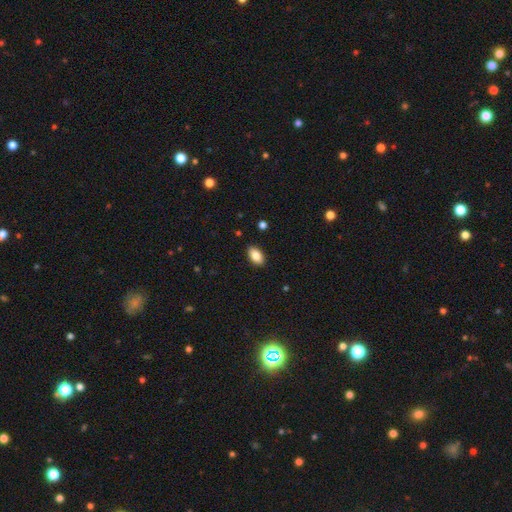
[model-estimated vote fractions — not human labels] Overall: smooth (85%). How rounded: in between (93%). Merging: none (88%).